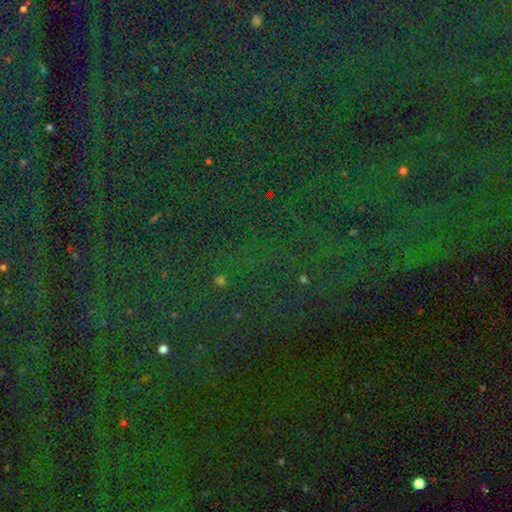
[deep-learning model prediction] smooth_or_featured: star or artifact (p=0.84) [alt: smooth p=0.09]